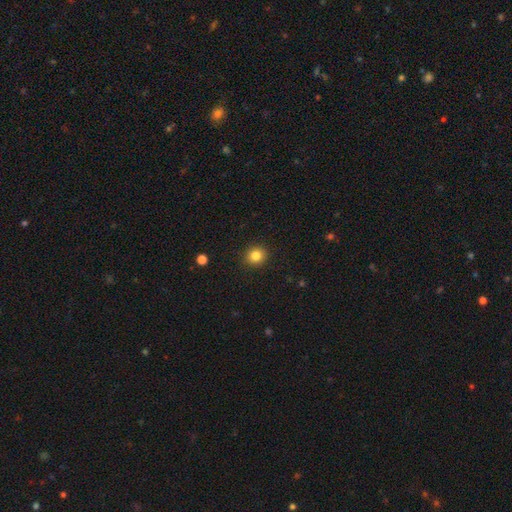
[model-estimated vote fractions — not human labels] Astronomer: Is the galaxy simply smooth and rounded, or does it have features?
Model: smooth — 83%.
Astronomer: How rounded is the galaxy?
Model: round — 84%.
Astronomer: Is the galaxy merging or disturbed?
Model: none — 91%.